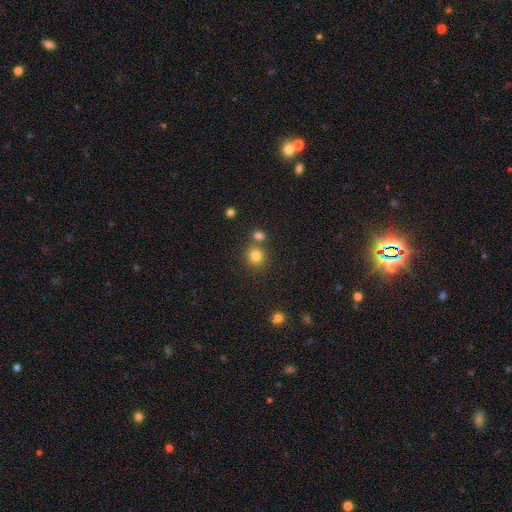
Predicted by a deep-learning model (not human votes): Smooth or featured?
  - smooth: 80% *
  - star or artifact: 13%
  - featured or disk: 7%
How rounded?
  - round: 88% *
  - in between: 12%
  - cigar-shaped: 1%
Merging?
  - none: 70% *
  - merger: 20%
  - minor disturbance: 8%
  - major disturbance: 3%